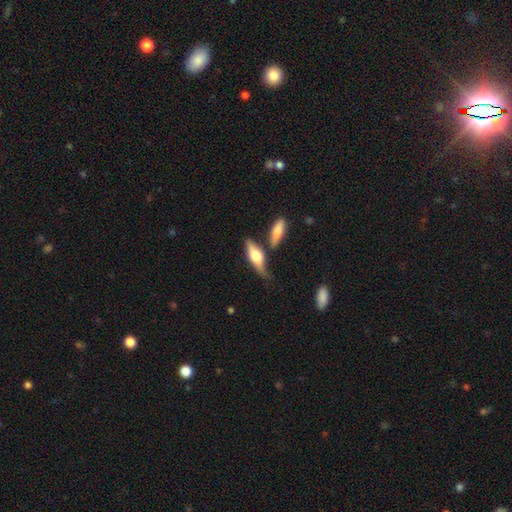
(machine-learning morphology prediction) This appears to be a featured or disk galaxy (48%). Merging: none (51%).